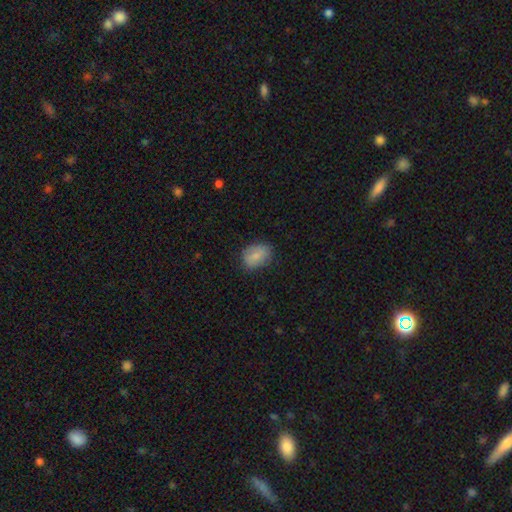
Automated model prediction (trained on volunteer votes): This is clearly a smooth galaxy (81%). How rounded: likely in between (69%). Merging: likely none (78%).